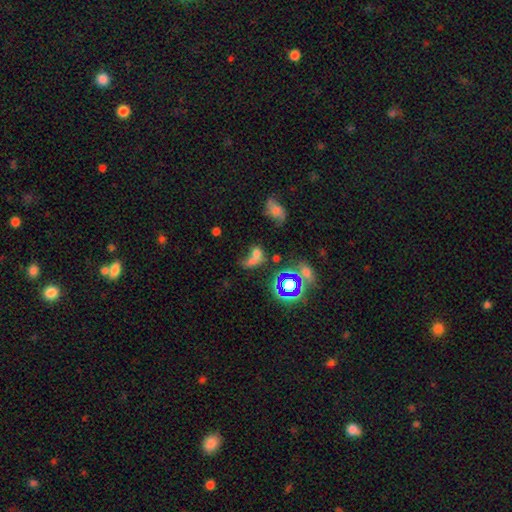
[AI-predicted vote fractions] This is possibly a smooth galaxy (52%). How rounded: likely in between (61%). Merging: marginally merger (43%).